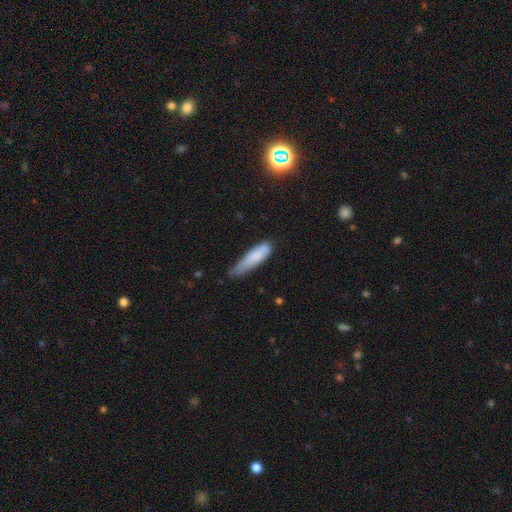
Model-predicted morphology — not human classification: smooth 80%, featured or disk 14%, star or artifact 6%. Down the decision tree: how rounded — cigar-shaped (71%); merging — minor disturbance (43%).